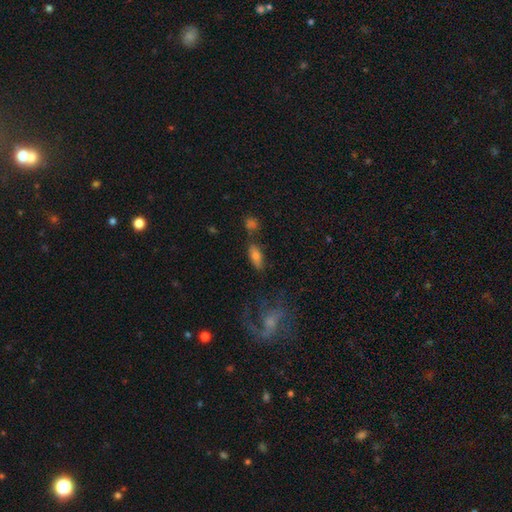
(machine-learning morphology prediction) Smooth or featured: smooth — 67% (featured or disk — 23%)
How rounded: in between — 75% (cigar-shaped — 20%)
Merging: none — 69% (minor disturbance — 15%)